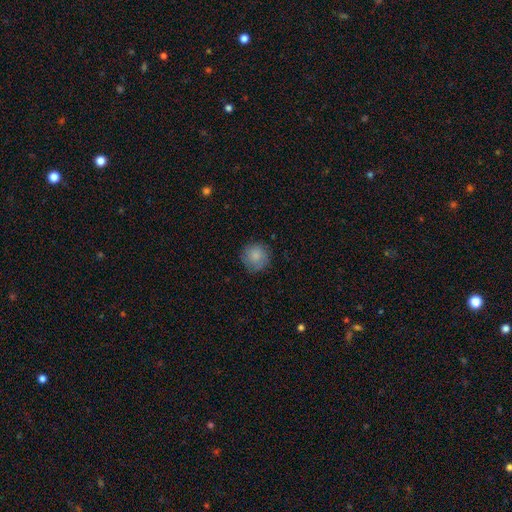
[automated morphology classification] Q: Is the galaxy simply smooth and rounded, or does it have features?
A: smooth — 84%.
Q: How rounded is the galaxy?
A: round — 94%.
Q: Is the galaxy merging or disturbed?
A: none — 83%.